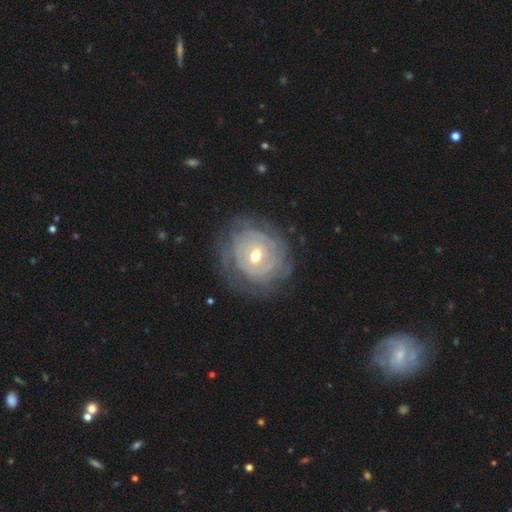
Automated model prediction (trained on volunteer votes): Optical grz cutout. It shows a featured or disk galaxy (78%) with no bar (46%), tight (82%) spiral arms (82%) and a moderate central bulge (67%). Merging: none (73%).